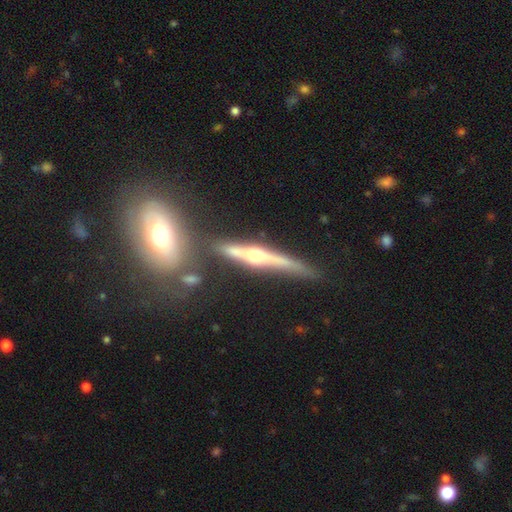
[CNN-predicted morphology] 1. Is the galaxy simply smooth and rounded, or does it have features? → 78% featured or disk, 15% smooth, 7% star or artifact.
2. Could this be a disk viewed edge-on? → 96% yes, 4% no.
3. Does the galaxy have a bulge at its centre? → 83% rounded, 10% boxy, 7% none.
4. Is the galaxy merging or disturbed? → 68% none, 14% minor disturbance, 12% merger, 5% major disturbance.